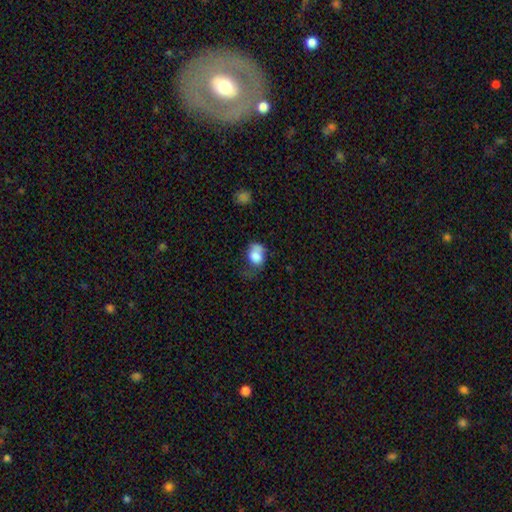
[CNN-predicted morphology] Q: Smooth or featured?
A: smooth (75%); runner-up: featured or disk (16%)
Q: How rounded?
A: in between (63%); runner-up: round (36%)
Q: Merging?
A: major disturbance (33%); runner-up: minor disturbance (29%)